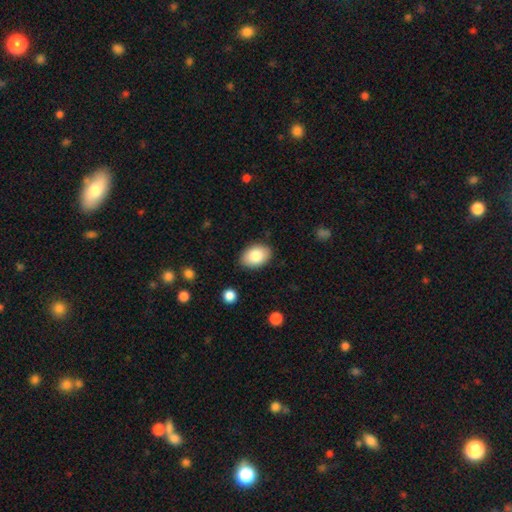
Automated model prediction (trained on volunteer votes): Q: Smooth or featured?
A: smooth (83%); runner-up: featured or disk (10%)
Q: How rounded?
A: in between (85%); runner-up: round (14%)
Q: Merging?
A: none (86%); runner-up: minor disturbance (11%)